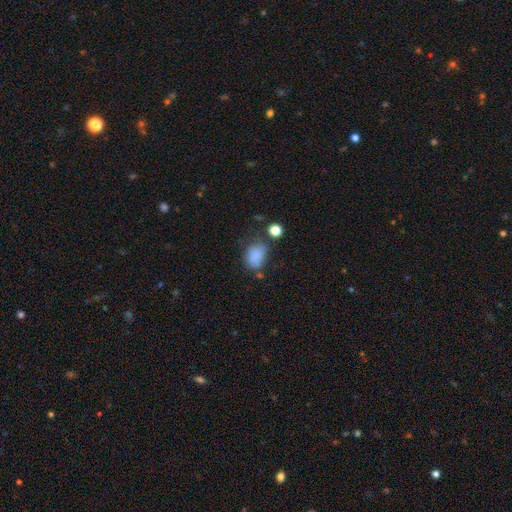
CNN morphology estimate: This is clearly a smooth galaxy (80%). How rounded: likely in between (70%). Merging: possibly none (52%).